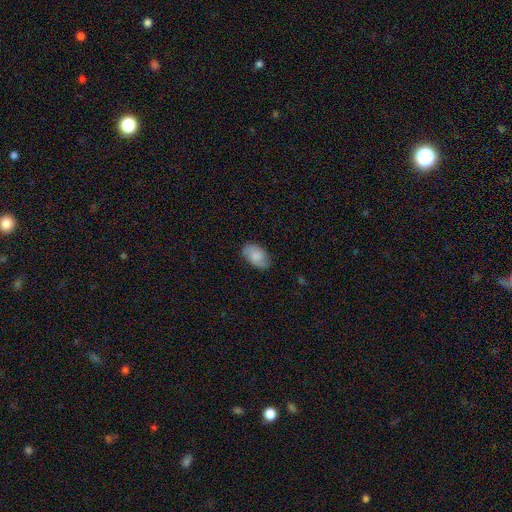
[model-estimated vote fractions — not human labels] Overall: smooth (73%). How rounded: in between (91%). Merging: none (76%).